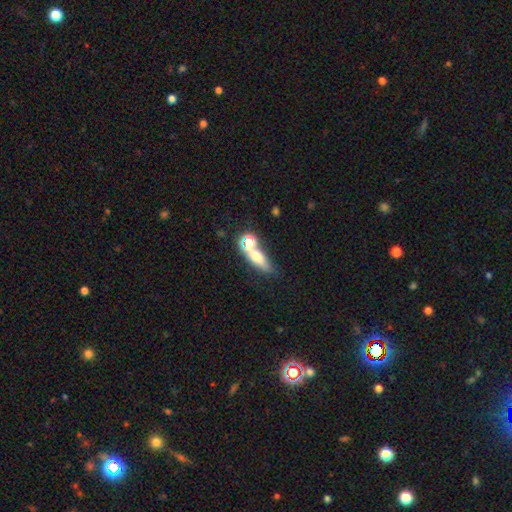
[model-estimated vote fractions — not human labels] The model was most divided on "merging": none: 46%, merger: 31%, minor disturbance: 14%, major disturbance: 9%. Remaining: smooth or featured — smooth (63%); how rounded — in between (49%).